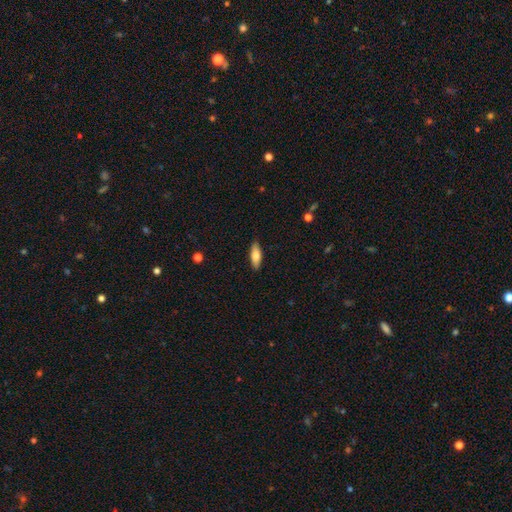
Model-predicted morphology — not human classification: type=smooth (78%); roundness=in between (60%); merging=none (88%).